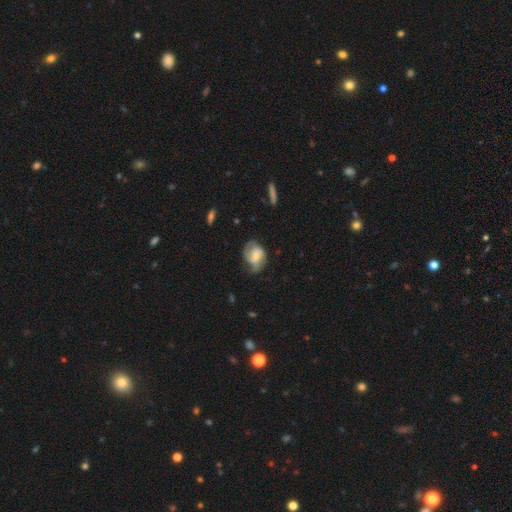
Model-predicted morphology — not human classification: Overall: featured or disk (57%; smooth 36%). Edge-on disk: no (97%). Bar: no (49%; weak 39%). Spiral arms: yes (84%). Bulge size: small (44%; moderate 39%). Merging: none (51%; minor disturbance 30%).